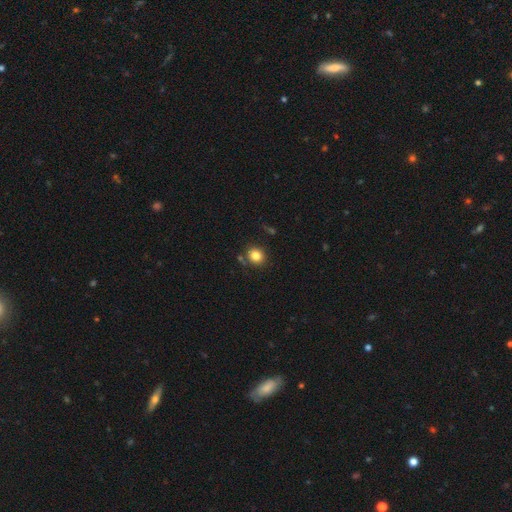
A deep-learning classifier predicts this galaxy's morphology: Smooth or featured? Predicted: smooth (p=0.83). How rounded? Predicted: round (p=0.78). Merging? Predicted: none (p=0.82).